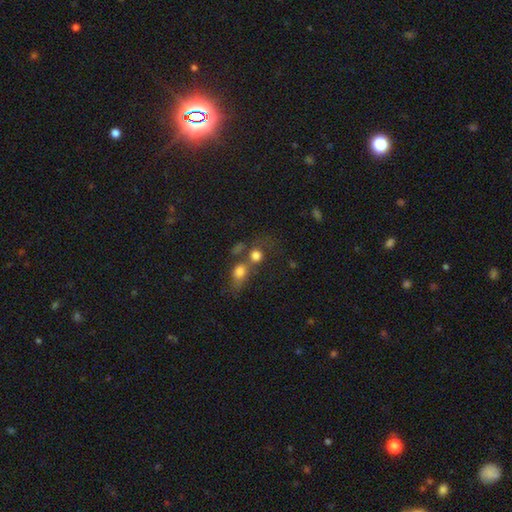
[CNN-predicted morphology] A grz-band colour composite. It shows a smooth galaxy with no disk features (75%) that is round (71%). Merging: merger (49%).